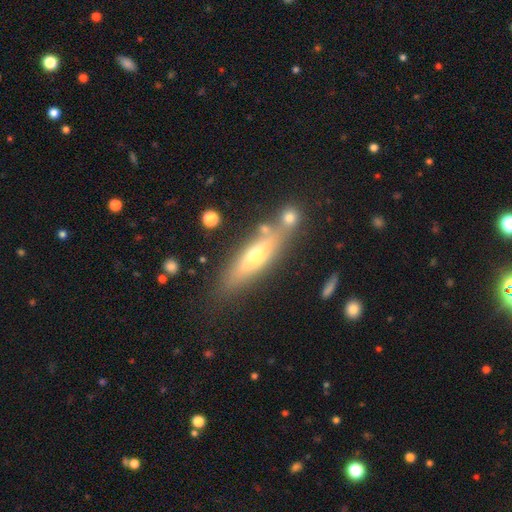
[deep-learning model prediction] A smooth galaxy with no disk features (46%, tied with featured or disk). Merging: none (69%).